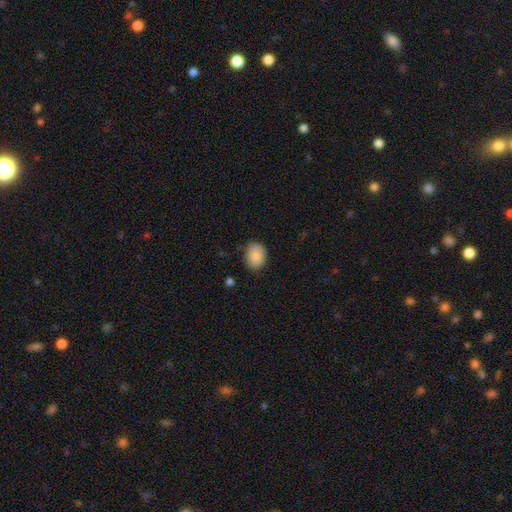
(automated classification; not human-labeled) Smooth or featured: smooth — 88% (star or artifact — 7%)
How rounded: in between — 59% (round — 40%)
Merging: none — 81% (minor disturbance — 15%)